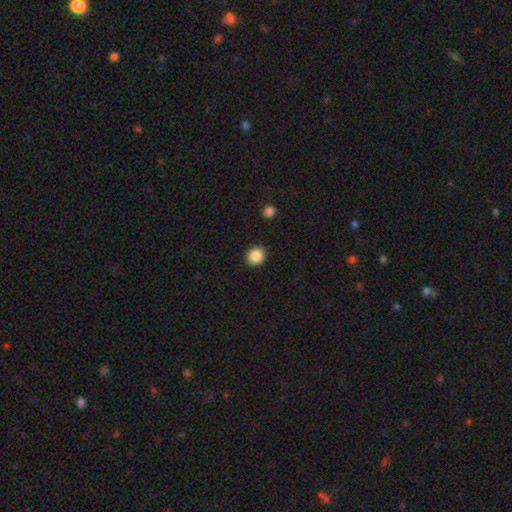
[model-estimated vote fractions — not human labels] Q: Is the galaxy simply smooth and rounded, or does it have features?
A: smooth — 87%.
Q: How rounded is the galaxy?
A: round — 84%.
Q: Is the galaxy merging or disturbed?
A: none — 90%.